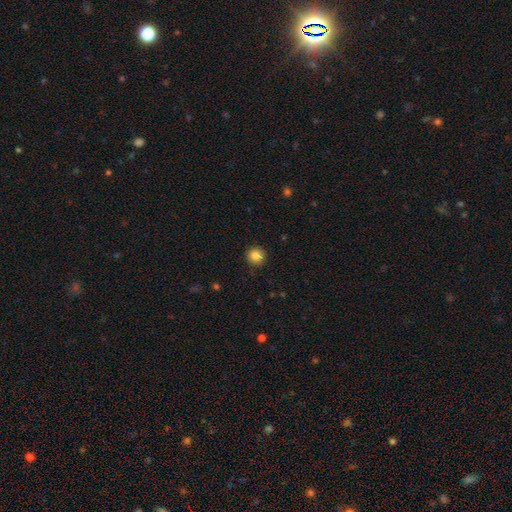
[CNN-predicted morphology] smooth 86%, star or artifact 10%, featured or disk 4%. Down the decision tree: how rounded — round (92%); merging — none (91%).